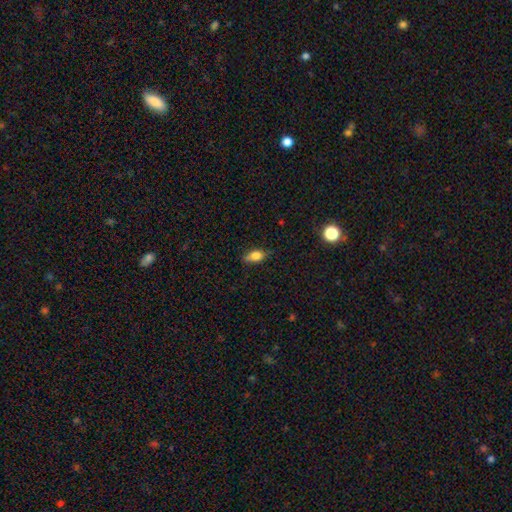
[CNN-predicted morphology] A smooth galaxy with no disk features (78%) that is in between round and cigar-shaped (82%).

Vote fractions:
- Smooth or featured? smooth: 78% / featured or disk: 13% / star or artifact: 9%
- How rounded? in between: 82% / cigar-shaped: 10% / round: 8%
- Merging? none: 74% / minor disturbance: 21% / major disturbance: 4% / merger: 2%